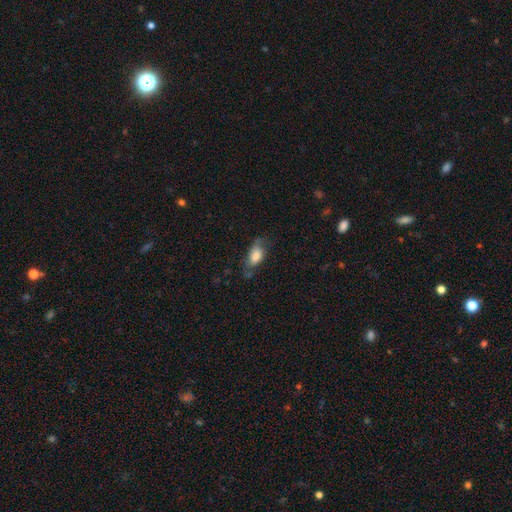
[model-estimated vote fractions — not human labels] Q: Smooth or featured?
A: smooth (73%); runner-up: featured or disk (19%)
Q: How rounded?
A: in between (86%); runner-up: cigar-shaped (9%)
Q: Merging?
A: none (53%); runner-up: minor disturbance (29%)